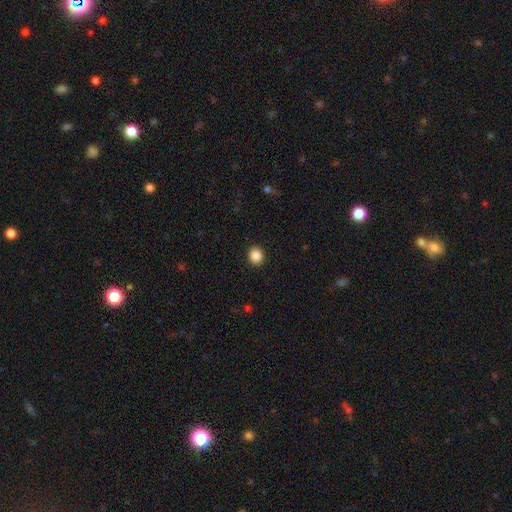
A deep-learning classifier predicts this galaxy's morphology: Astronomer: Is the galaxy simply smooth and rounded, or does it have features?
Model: smooth — 88%.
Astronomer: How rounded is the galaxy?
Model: round — 70%.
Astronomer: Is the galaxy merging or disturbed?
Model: none — 91%.